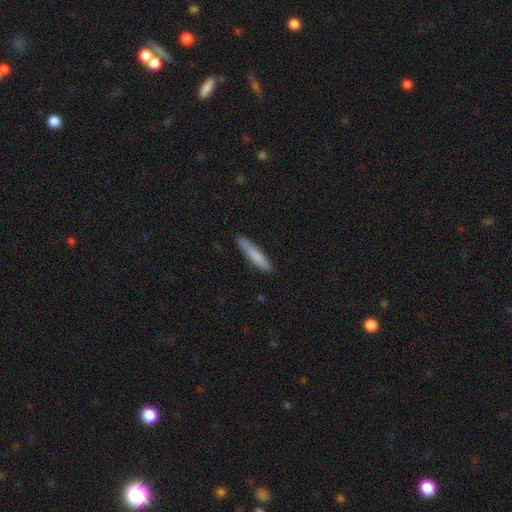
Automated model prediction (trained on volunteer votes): Q: Smooth or featured?
A: smooth (78%); runner-up: featured or disk (16%)
Q: How rounded?
A: cigar-shaped (92%); runner-up: in between (7%)
Q: Merging?
A: none (86%); runner-up: minor disturbance (11%)